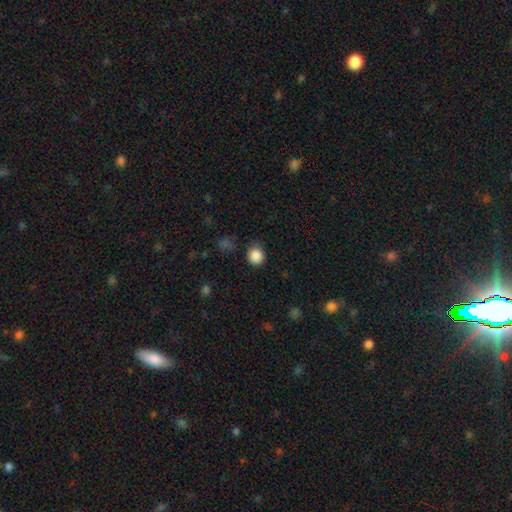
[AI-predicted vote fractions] A smooth galaxy with no disk features (86%) that is round (85%).

Vote fractions:
- Smooth or featured? smooth: 86% / star or artifact: 10% / featured or disk: 4%
- How rounded? round: 85% / in between: 14% / cigar-shaped: 1%
- Merging? none: 82% / minor disturbance: 13% / major disturbance: 3% / merger: 2%